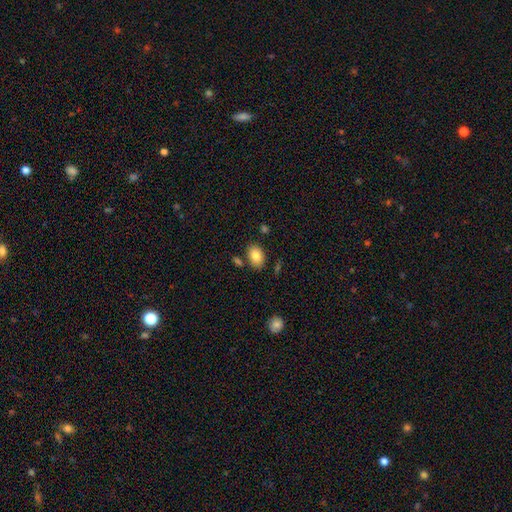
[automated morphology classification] smooth_or_featured: smooth (p=0.84) [alt: featured or disk p=0.08]
how_rounded: in between (p=0.82) [alt: round p=0.17]
merging: none (p=0.78) [alt: minor disturbance p=0.12]